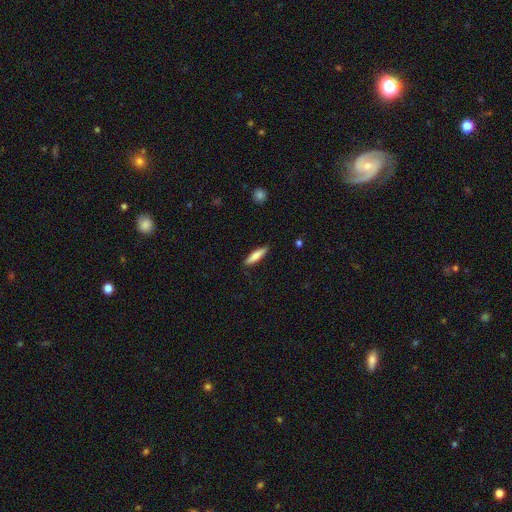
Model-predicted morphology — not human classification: smooth_or_featured: smooth (p=0.73) [alt: featured or disk p=0.22]
how_rounded: cigar-shaped (p=0.75) [alt: in between p=0.24]
merging: none (p=0.89) [alt: minor disturbance p=0.08]